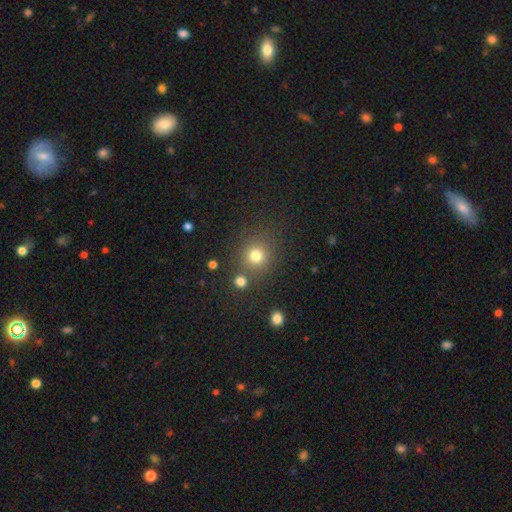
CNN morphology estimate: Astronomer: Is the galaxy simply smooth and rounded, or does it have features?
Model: smooth — 77%.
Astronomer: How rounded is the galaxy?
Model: round — 90%.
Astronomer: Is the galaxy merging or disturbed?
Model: none — 79%.